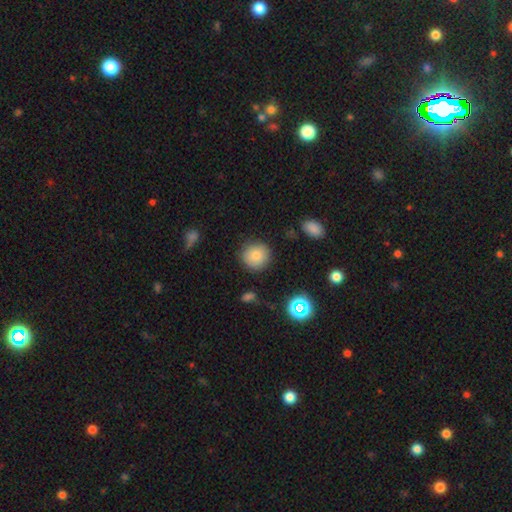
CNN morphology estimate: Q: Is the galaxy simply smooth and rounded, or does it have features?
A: smooth — 81%.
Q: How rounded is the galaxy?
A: round — 92%.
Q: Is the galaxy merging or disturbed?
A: none — 87%.